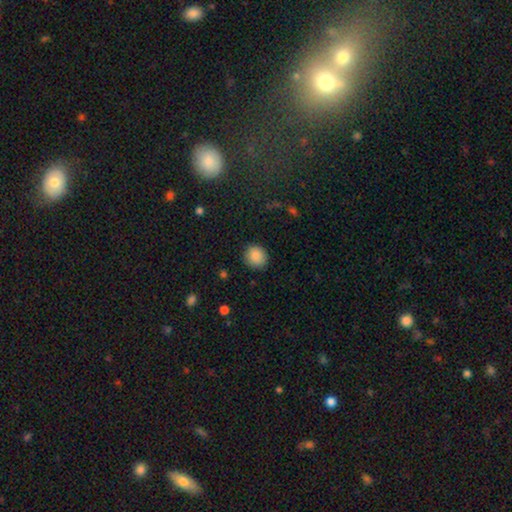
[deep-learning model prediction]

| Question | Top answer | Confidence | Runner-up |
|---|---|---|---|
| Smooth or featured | smooth | 88% | star or artifact (8%) |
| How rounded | round | 83% | in between (16%) |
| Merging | none | 89% | minor disturbance (7%) |